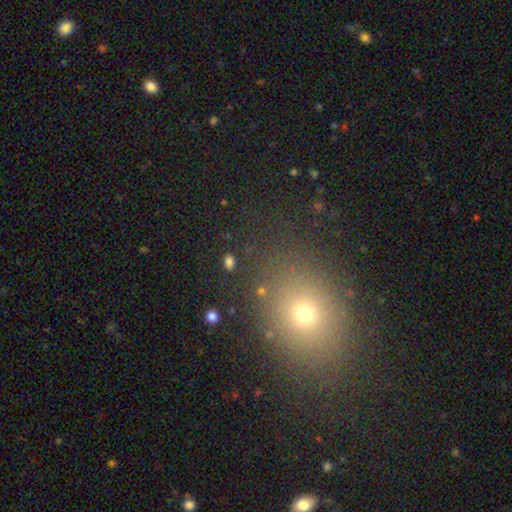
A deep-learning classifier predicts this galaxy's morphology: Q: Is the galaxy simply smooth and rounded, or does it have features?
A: smooth — 63%.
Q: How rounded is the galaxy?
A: in between — 50%.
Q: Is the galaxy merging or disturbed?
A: none — 86%.